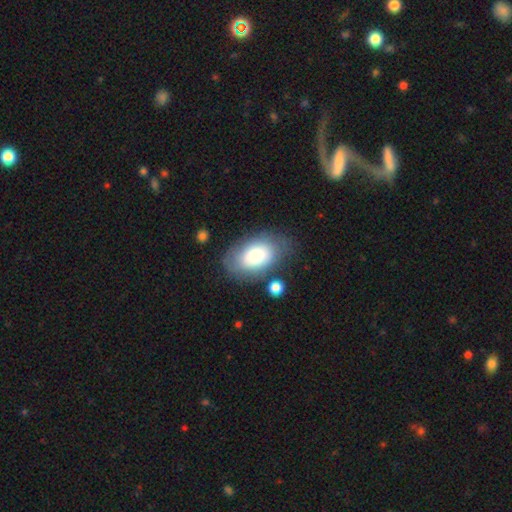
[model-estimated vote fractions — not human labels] Smooth or featured: smooth — 78% (featured or disk — 15%)
How rounded: in between — 91% (round — 8%)
Merging: none — 71% (minor disturbance — 17%)